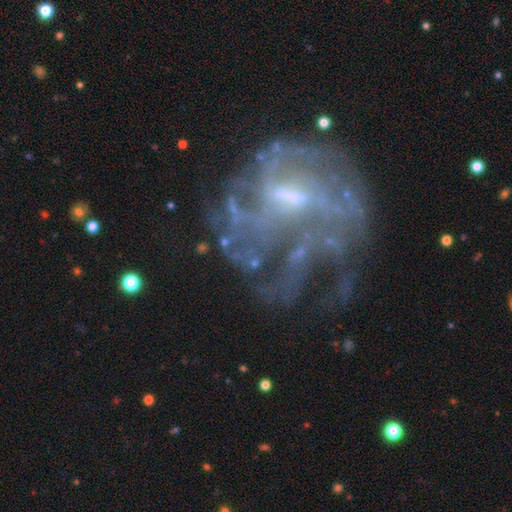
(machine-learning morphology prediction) A featured or disk galaxy (80%) with a weak bar (53%), medium (37%) spiral arms (70%) and a small central bulge (44%). Merging: none (42%).